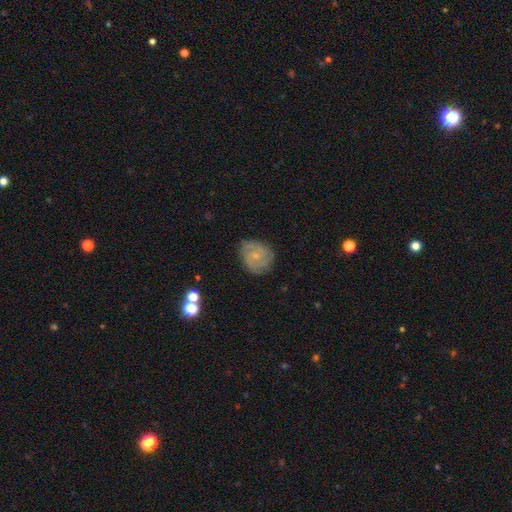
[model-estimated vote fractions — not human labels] A featured or disk galaxy (66%) with no bar (72%), tight (57%) spiral arms (90%) and a small central bulge (73%).

Vote fractions:
- Smooth or featured? featured or disk: 66% / smooth: 27% / star or artifact: 8%
- Edge-on disk? no: 98% / yes: 2%
- Bar? no: 72% / weak: 24% / strong: 3%
- Spiral arms? yes: 90% / no: 10%
- Spiral winding? tight: 57% / medium: 34% / loose: 9%
- Spiral arm count? can't tell: 31% / 2: 26% / 3: 25% / 4: 8% / 1: 5% / more than 4: 5%
- Bulge size? small: 73% / moderate: 17% / none: 7% / large: 1% / dominant: 1%
- Merging? none: 77% / minor disturbance: 17% / major disturbance: 5% / merger: 1%